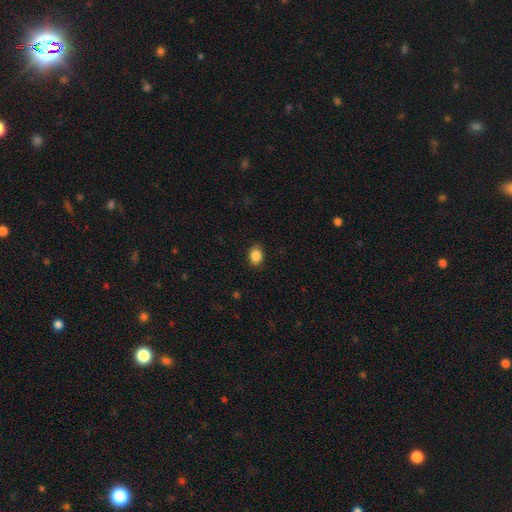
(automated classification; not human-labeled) Morphology: type=smooth (86%); roundness=in between (76%); merging=none (89%).